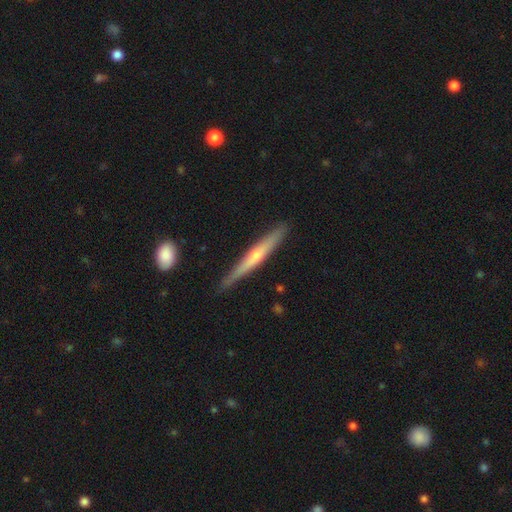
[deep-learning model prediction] smooth_or_featured: featured or disk (p=0.58) [alt: smooth p=0.37]
disk_edge_on: yes (p=0.96) [alt: no p=0.04]
edge_on_bulge: rounded (p=0.66) [alt: none p=0.29]
merging: none (p=0.84) [alt: minor disturbance p=0.12]